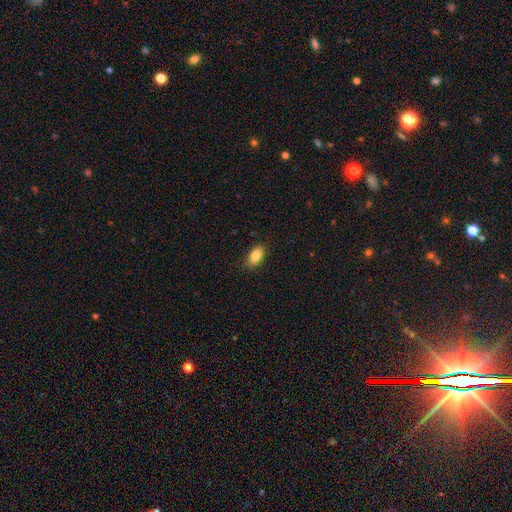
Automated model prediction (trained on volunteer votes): Smooth or featured: smooth — 85% (featured or disk — 8%)
How rounded: in between — 91% (round — 6%)
Merging: none — 86% (minor disturbance — 11%)